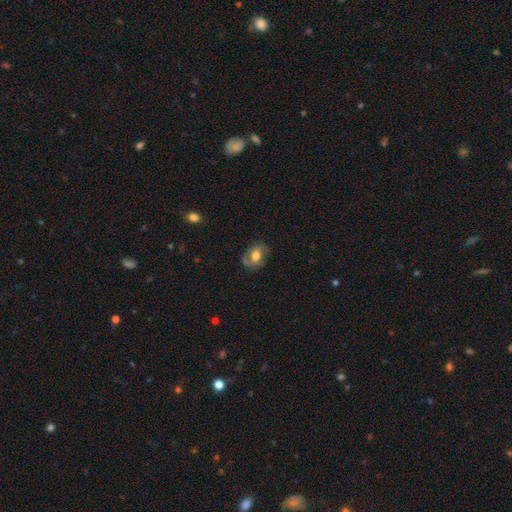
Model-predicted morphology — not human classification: Smooth or featured?
  - smooth: 56% *
  - featured or disk: 36%
  - star or artifact: 9%
How rounded?
  - in between: 70% *
  - round: 28%
  - cigar-shaped: 1%
Merging?
  - none: 63% *
  - minor disturbance: 24%
  - major disturbance: 10%
  - merger: 3%